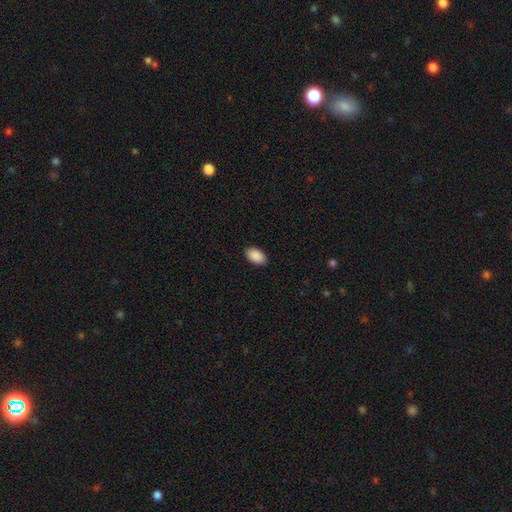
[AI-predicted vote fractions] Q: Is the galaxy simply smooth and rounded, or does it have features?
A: smooth — 91%.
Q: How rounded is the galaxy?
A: in between — 95%.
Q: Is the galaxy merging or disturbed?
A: none — 89%.